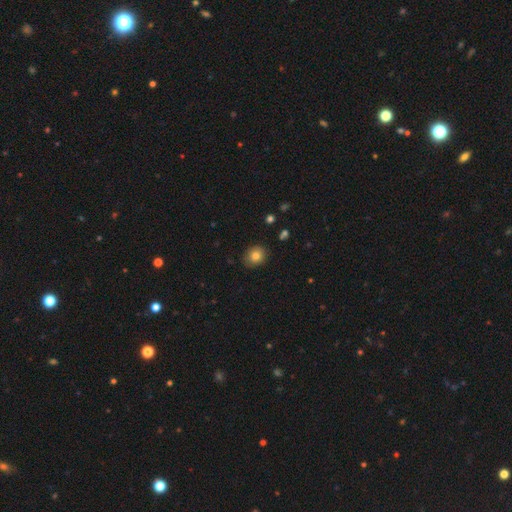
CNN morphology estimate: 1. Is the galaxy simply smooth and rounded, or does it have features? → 82% smooth, 10% star or artifact, 8% featured or disk.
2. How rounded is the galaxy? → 64% round, 35% in between, 1% cigar-shaped.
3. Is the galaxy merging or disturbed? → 83% none, 13% minor disturbance, 3% major disturbance, 1% merger.